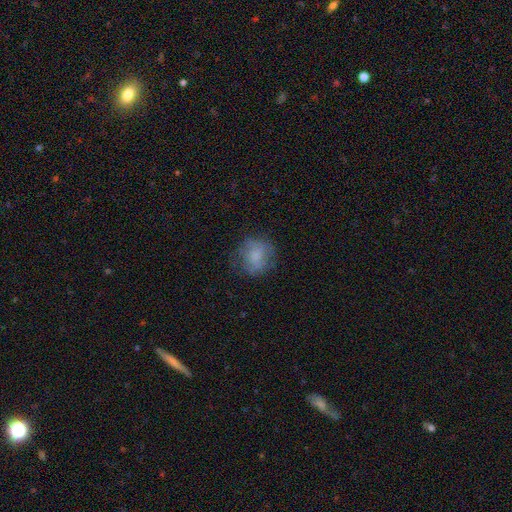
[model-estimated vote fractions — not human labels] A smooth galaxy with no disk features (68%) that is round (77%). Merging: none (69%).